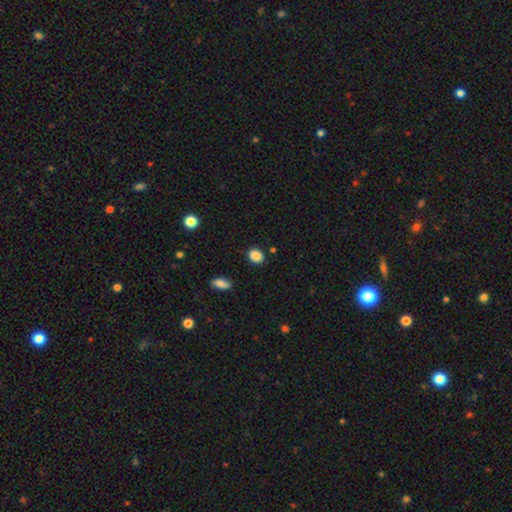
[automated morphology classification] Smooth or featured: smooth — 87% (star or artifact — 9%)
How rounded: round — 50% (in between — 49%)
Merging: none — 86% (minor disturbance — 9%)